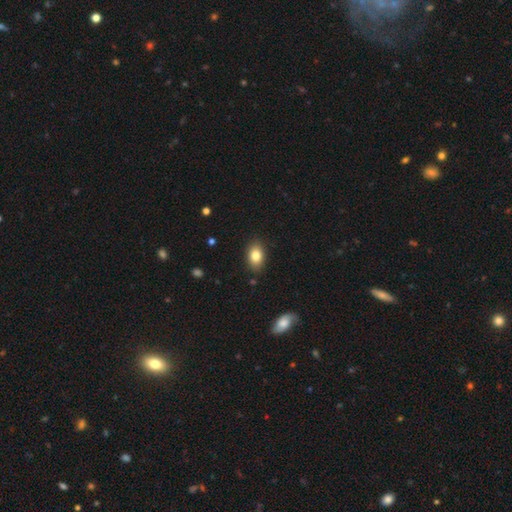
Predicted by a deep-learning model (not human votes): This is clearly a smooth galaxy (83%). How rounded: clearly in between (86%). Merging: clearly none (87%).